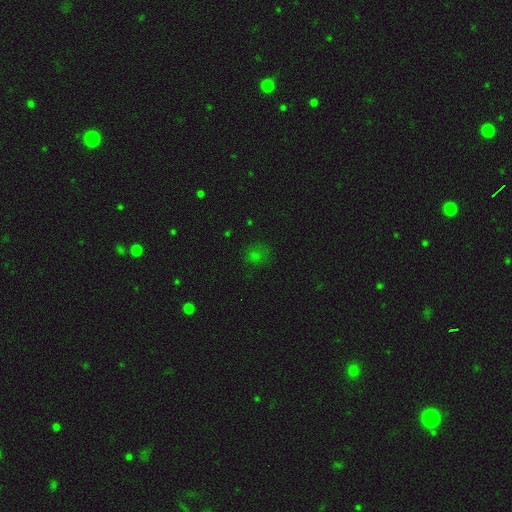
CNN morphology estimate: Smooth or featured? Predicted: smooth (p=0.64). How rounded? Predicted: round (p=0.76). Merging? Predicted: none (p=0.72).